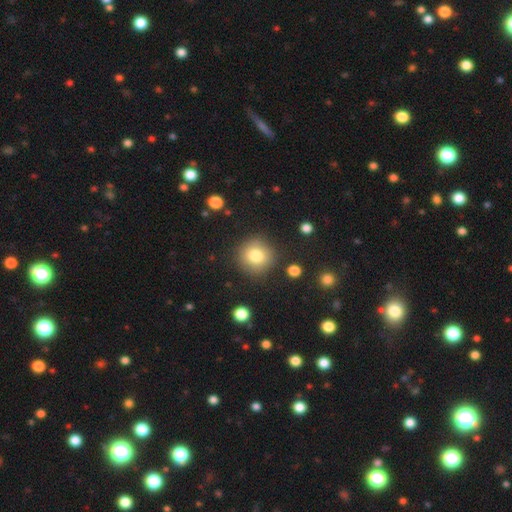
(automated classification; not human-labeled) Smooth or featured: smooth — 79% (star or artifact — 11%)
How rounded: round — 92% (in between — 7%)
Merging: none — 86% (minor disturbance — 8%)